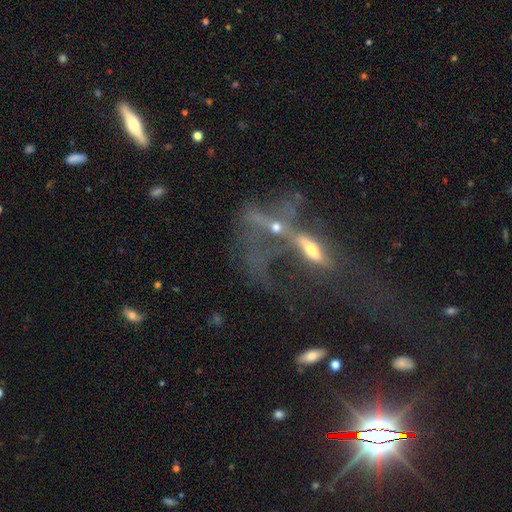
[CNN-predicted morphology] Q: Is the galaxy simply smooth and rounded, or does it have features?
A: featured or disk — 46%.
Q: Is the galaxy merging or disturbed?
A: merger — 48%.